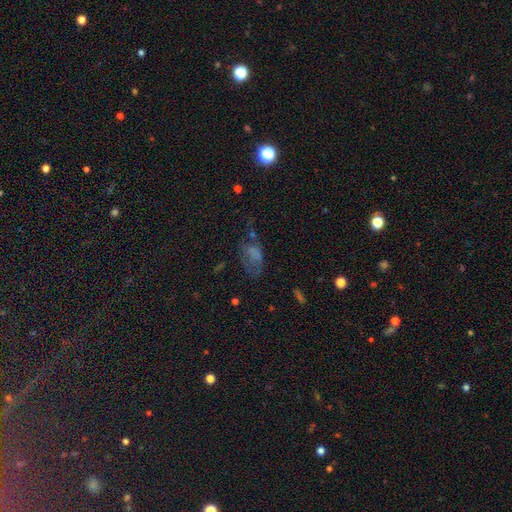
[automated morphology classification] Smooth or featured? smooth (40%)
Merging? none (43%)